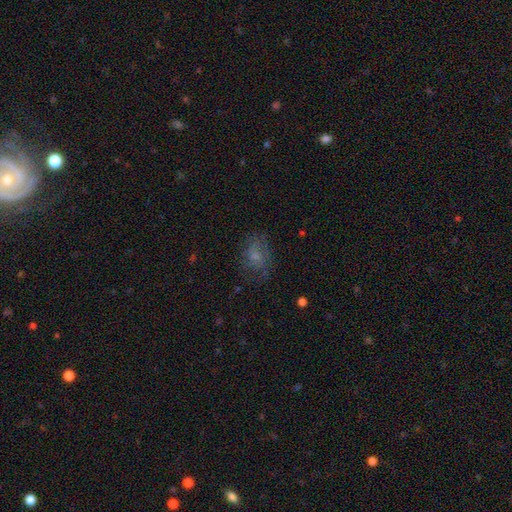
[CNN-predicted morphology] Smooth or featured?
  - smooth: 58% *
  - featured or disk: 28%
  - star or artifact: 14%
How rounded?
  - in between: 61% *
  - round: 37%
  - cigar-shaped: 1%
Merging?
  - none: 59% *
  - minor disturbance: 23%
  - major disturbance: 16%
  - merger: 2%